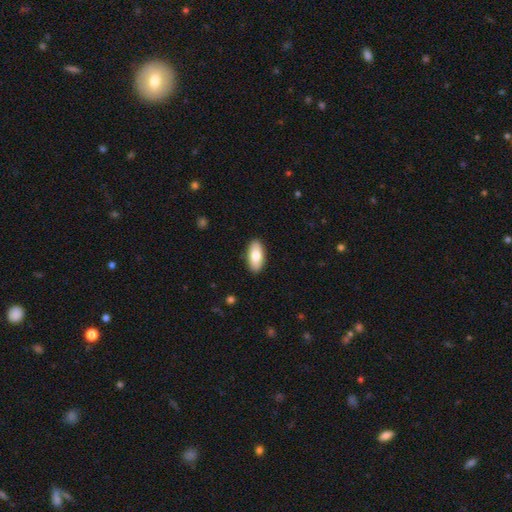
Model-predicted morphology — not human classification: type=smooth (79%); roundness=in between (91%); merging=none (90%).